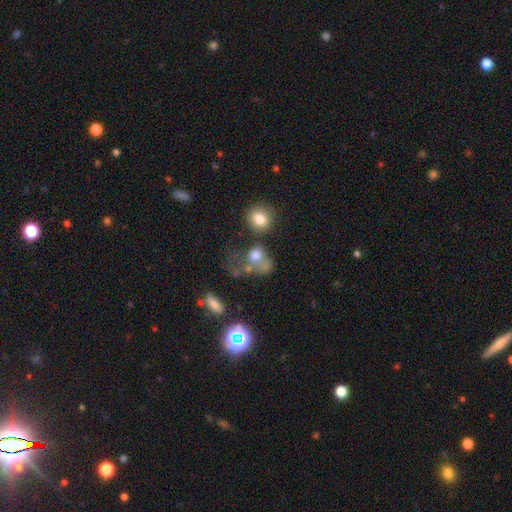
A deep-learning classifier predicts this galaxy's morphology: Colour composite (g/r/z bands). It shows a smooth galaxy with no disk features (65%) that is round (57%). Merging: merger (34%).